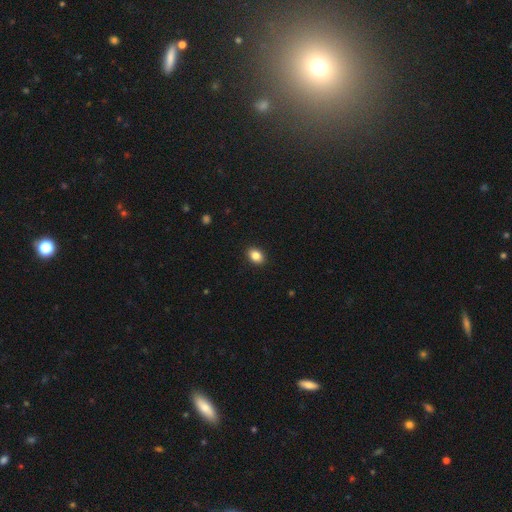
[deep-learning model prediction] Q: Smooth or featured?
A: smooth (85%); runner-up: star or artifact (9%)
Q: How rounded?
A: in between (74%); runner-up: round (25%)
Q: Merging?
A: none (91%); runner-up: minor disturbance (6%)